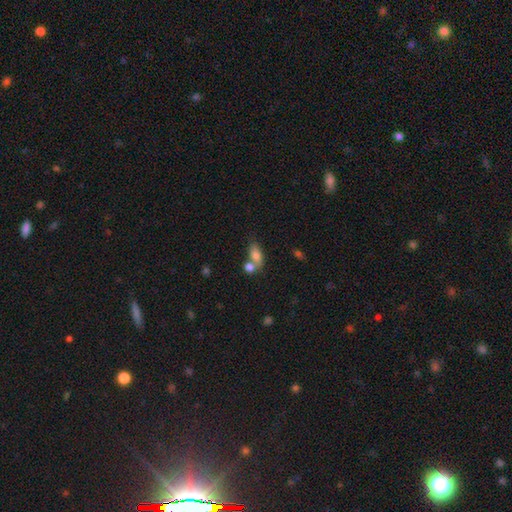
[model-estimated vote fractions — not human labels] The model was most divided on "merging": merger: 41%, none: 40%, minor disturbance: 13%, major disturbance: 6%. More confident: how rounded — in between (80%); smooth or featured — smooth (78%).